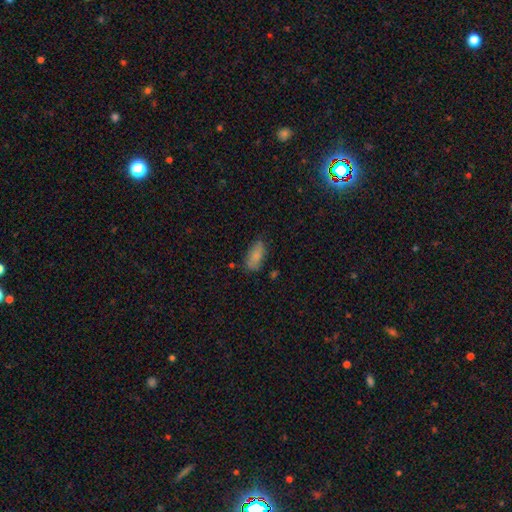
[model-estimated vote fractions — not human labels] Q: Smooth or featured?
A: smooth (83%); runner-up: featured or disk (9%)
Q: How rounded?
A: in between (84%); runner-up: cigar-shaped (14%)
Q: Merging?
A: none (70%); runner-up: minor disturbance (21%)